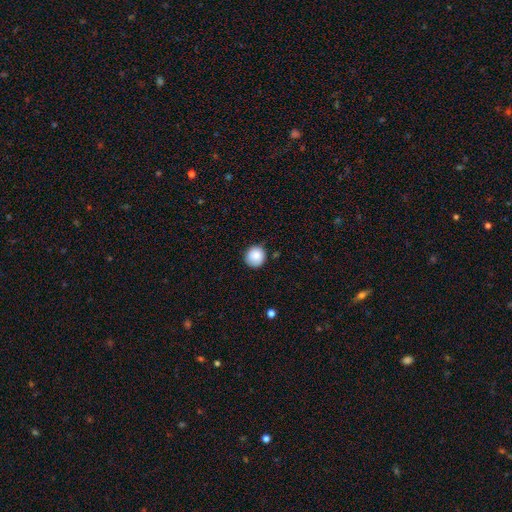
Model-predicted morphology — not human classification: Smooth or featured?
  - smooth: 86% *
  - star or artifact: 8%
  - featured or disk: 6%
How rounded?
  - round: 91% *
  - in between: 8%
  - cigar-shaped: 1%
Merging?
  - none: 80% *
  - minor disturbance: 16%
  - major disturbance: 3%
  - merger: 1%